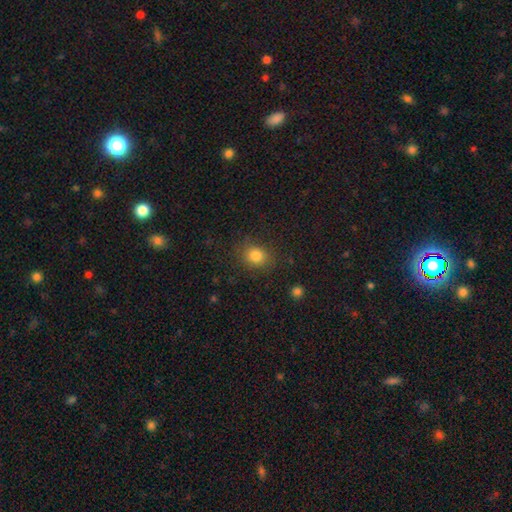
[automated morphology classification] Smooth or featured: smooth — 82% (star or artifact — 12%)
How rounded: round — 67% (in between — 32%)
Merging: none — 83% (minor disturbance — 11%)